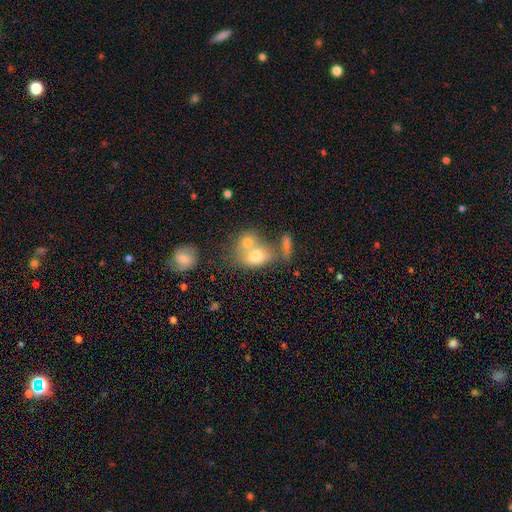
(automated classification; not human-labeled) Smooth or featured: smooth — 70% (featured or disk — 20%)
How rounded: in between — 57% (round — 41%)
Merging: merger — 57% (none — 28%)